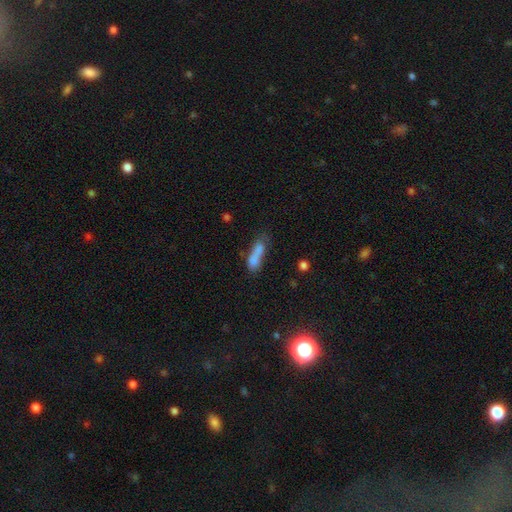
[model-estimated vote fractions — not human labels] smooth 74%, featured or disk 15%, star or artifact 11%. Down the decision tree: how rounded — cigar-shaped (51%); merging — none (32%).